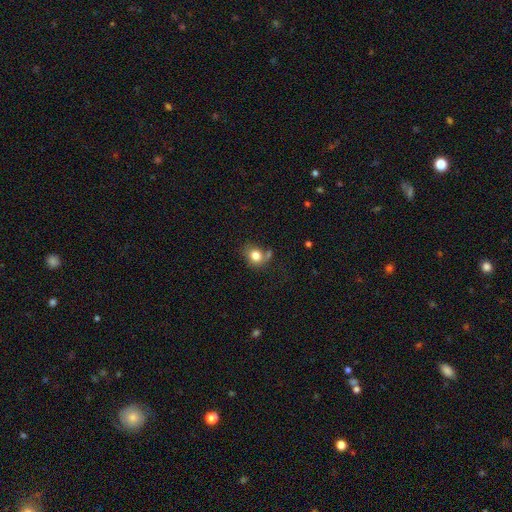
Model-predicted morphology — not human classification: smooth_or_featured: smooth (p=0.80) [alt: star or artifact p=0.11]
how_rounded: round (p=0.65) [alt: in between p=0.34]
merging: none (p=0.59) [alt: minor disturbance p=0.20]